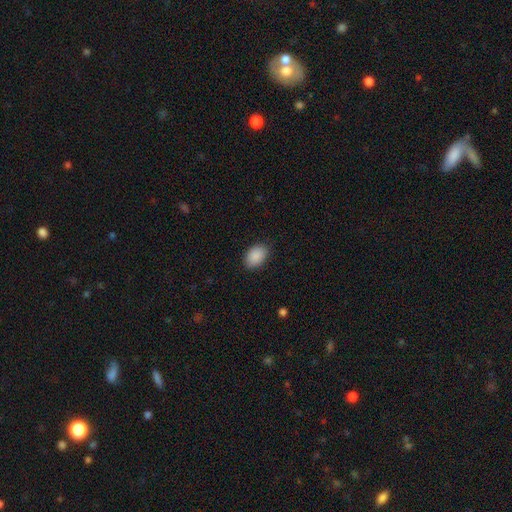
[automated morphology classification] smooth_or_featured: smooth (p=0.90) [alt: star or artifact p=0.07]
how_rounded: in between (p=0.88) [alt: round p=0.10]
merging: none (p=0.86) [alt: minor disturbance p=0.11]